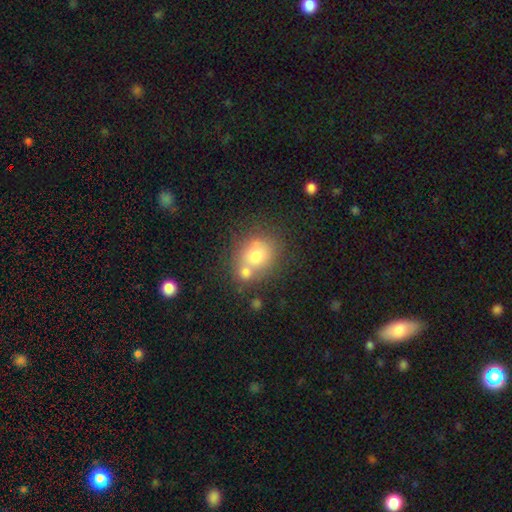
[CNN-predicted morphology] This is likely a smooth galaxy (72%). How rounded: likely round (72%). Merging: possibly none (47%).